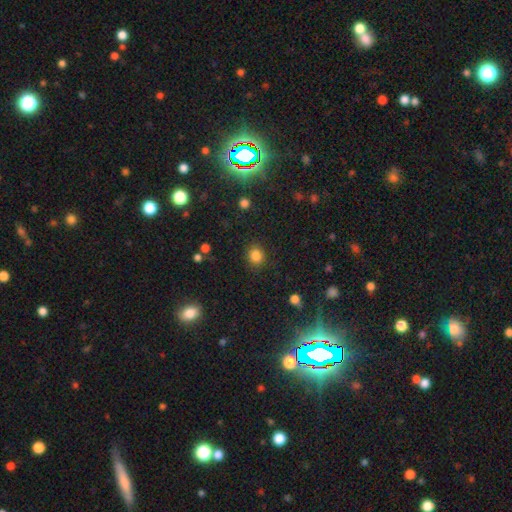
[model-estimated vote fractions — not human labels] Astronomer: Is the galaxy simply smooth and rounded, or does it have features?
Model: smooth — 84%.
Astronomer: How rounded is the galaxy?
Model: round — 73%.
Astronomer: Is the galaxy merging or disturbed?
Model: none — 86%.